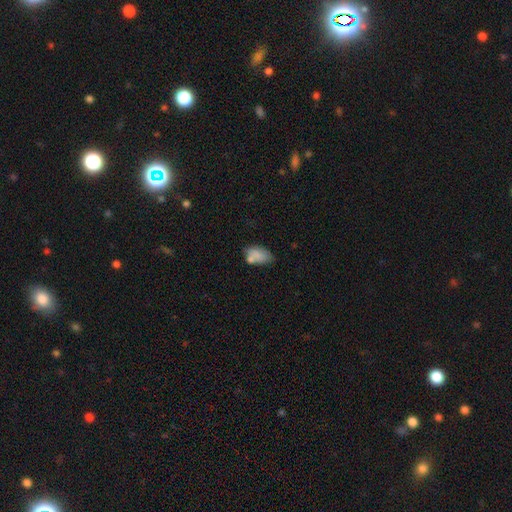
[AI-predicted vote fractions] A smooth galaxy with no disk features (78%) that is in between round and cigar-shaped (90%).

Vote fractions:
- Smooth or featured? smooth: 78% / featured or disk: 13% / star or artifact: 9%
- How rounded? in between: 90% / round: 8% / cigar-shaped: 2%
- Merging? none: 45% / minor disturbance: 25% / merger: 21% / major disturbance: 9%